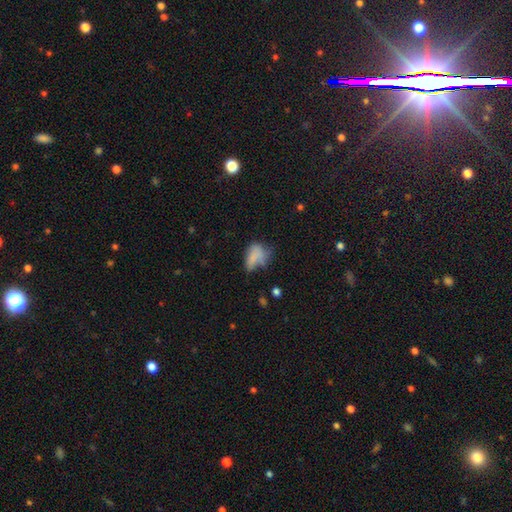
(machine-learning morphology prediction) type=smooth (71%); roundness=in between (80%); merging=minor disturbance (30%, tied with none).